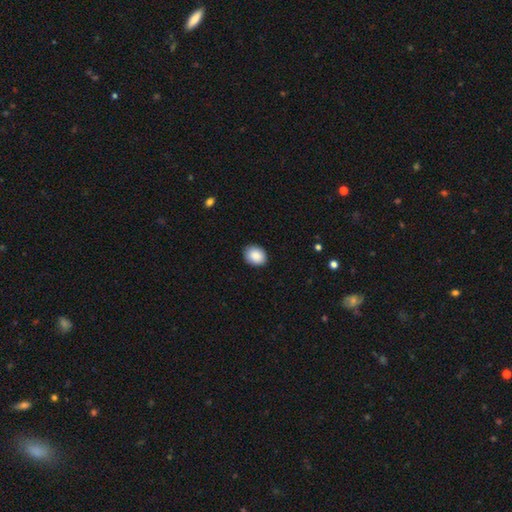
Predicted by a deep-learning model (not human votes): This is clearly a smooth galaxy (89%). How rounded: possibly in between (56%). Merging: clearly none (87%).